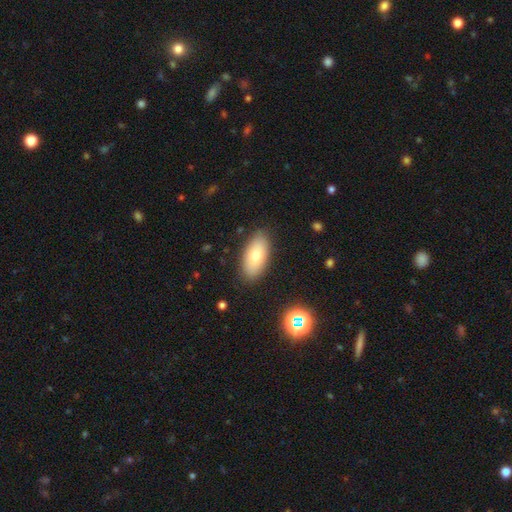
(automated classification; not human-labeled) This appears to be a smooth galaxy with no disk features (73%) that is in between round and cigar-shaped (93%). Merging: none (84%).